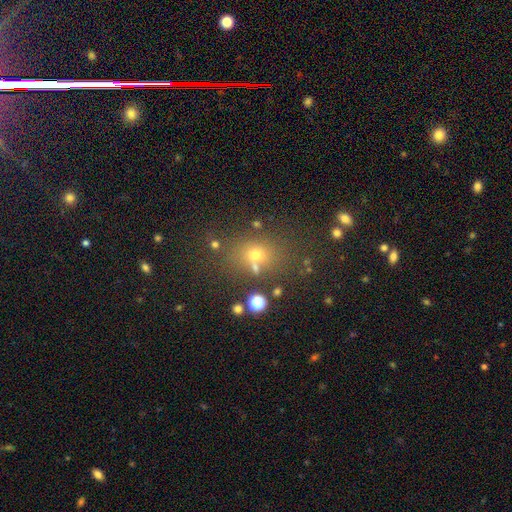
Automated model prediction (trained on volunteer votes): Smooth or featured? Predicted: smooth (p=0.64). How rounded? Predicted: in between (p=0.52). Merging? Predicted: none (p=0.67).